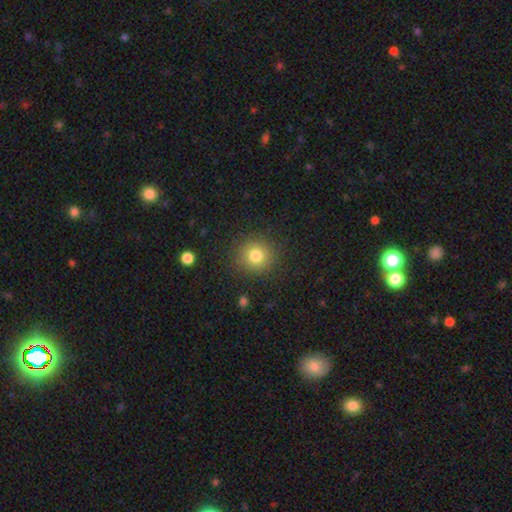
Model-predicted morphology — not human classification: This appears to be a smooth galaxy with no disk features (80%) that is round (91%). Merging: none (88%).